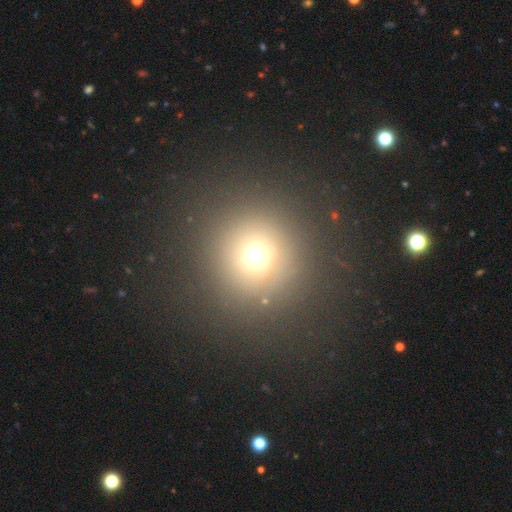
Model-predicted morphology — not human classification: Overall: smooth (68%). How rounded: round (95%). Merging: none (89%).